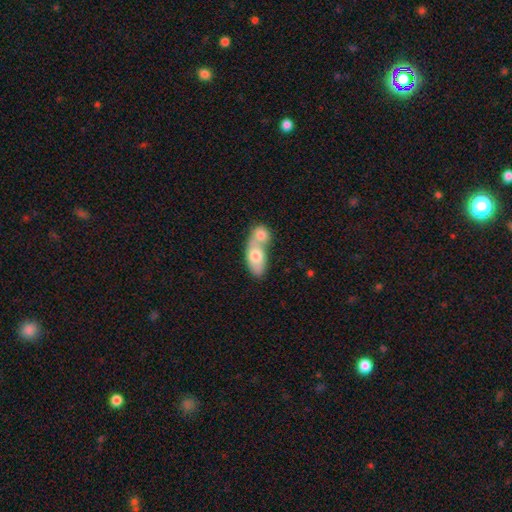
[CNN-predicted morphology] The model was most divided on "smooth or featured": smooth: 71%, featured or disk: 24%, star or artifact: 6%. More confident: how rounded — in between (83%); merging — merger (73%).